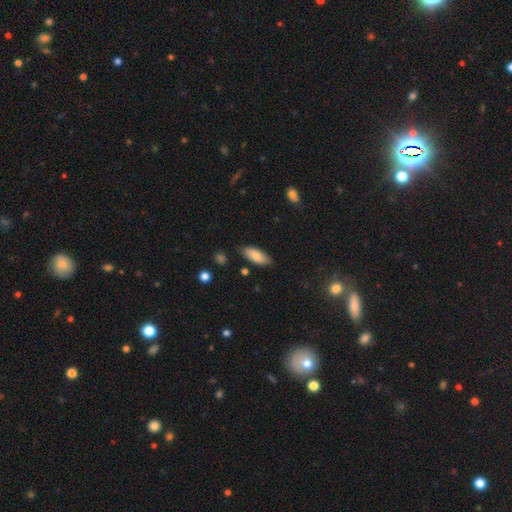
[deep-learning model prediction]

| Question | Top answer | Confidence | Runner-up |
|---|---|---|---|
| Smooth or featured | smooth | 81% | featured or disk (13%) |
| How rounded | in between | 84% | cigar-shaped (14%) |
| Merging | none | 83% | minor disturbance (13%) |